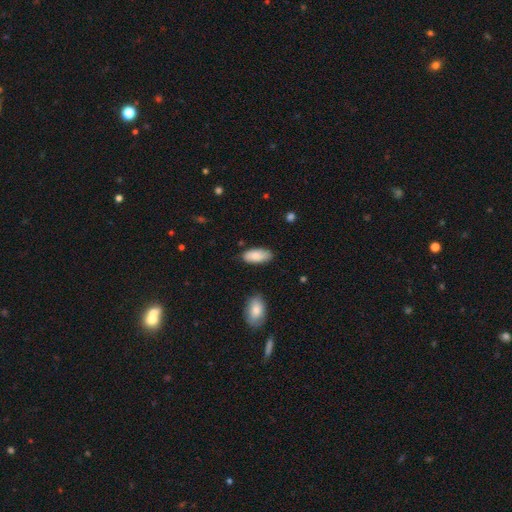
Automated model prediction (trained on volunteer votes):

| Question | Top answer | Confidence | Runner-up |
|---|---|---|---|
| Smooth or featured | smooth | 86% | featured or disk (8%) |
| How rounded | in between | 91% | cigar-shaped (7%) |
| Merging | none | 81% | minor disturbance (14%) |